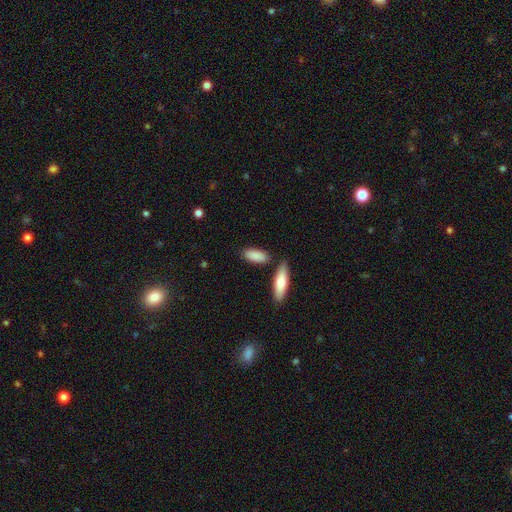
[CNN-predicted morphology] This is clearly a smooth galaxy (87%). How rounded: likely in between (78%). Merging: likely none (76%).